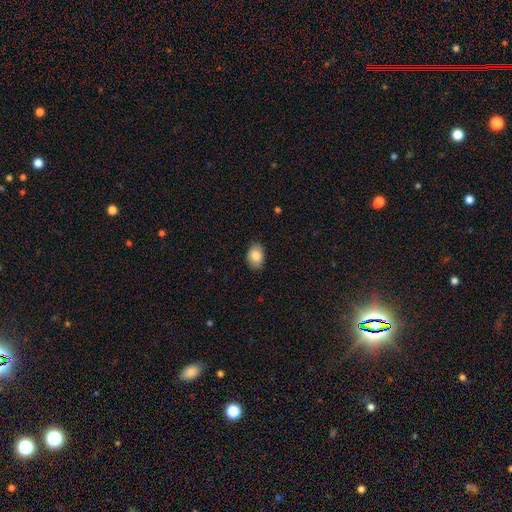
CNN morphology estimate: Smooth or featured? smooth (84%)
How rounded? in between (81%)
Merging? none (85%)